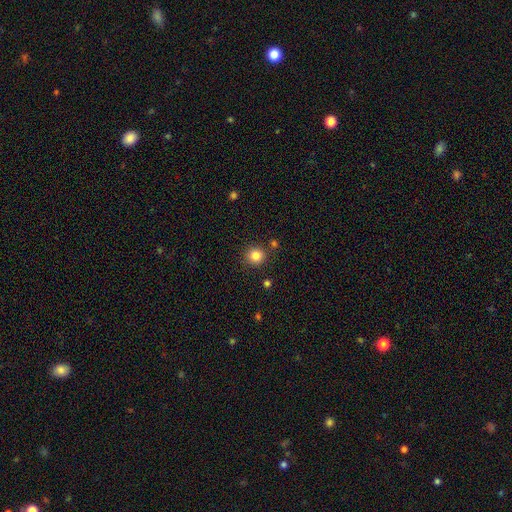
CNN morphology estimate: Smooth or featured: smooth — 84% (star or artifact — 11%)
How rounded: round — 92% (in between — 7%)
Merging: none — 87% (minor disturbance — 7%)